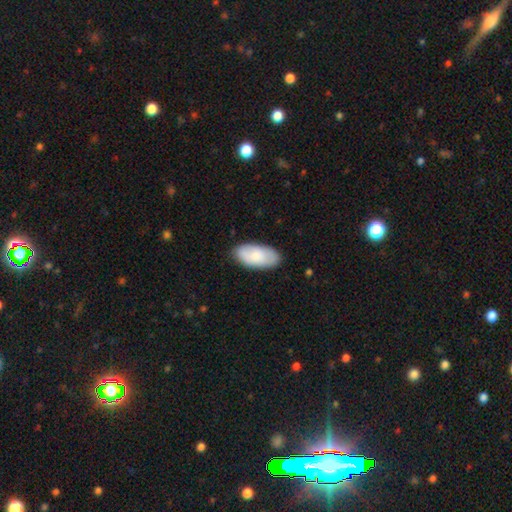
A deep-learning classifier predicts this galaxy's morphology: smooth_or_featured: smooth (p=0.80) [alt: featured or disk p=0.14]
how_rounded: in between (p=0.94) [alt: cigar-shaped p=0.04]
merging: none (p=0.84) [alt: minor disturbance p=0.13]